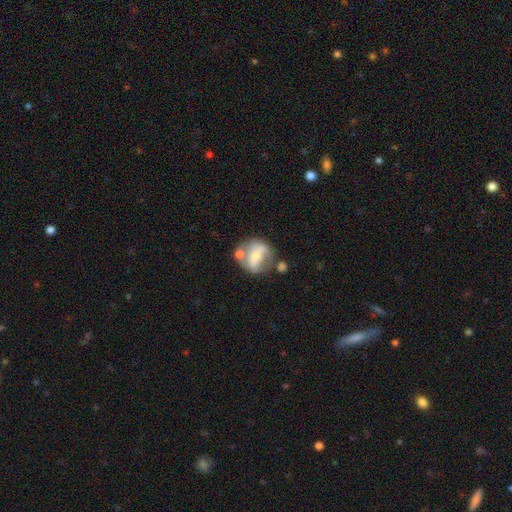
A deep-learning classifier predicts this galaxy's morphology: Smooth or featured?
  - featured or disk: 58% *
  - smooth: 35%
  - star or artifact: 7%
Edge-on disk?
  - no: 95% *
  - yes: 5%
Bar?
  - no: 39% *
  - strong: 31%
  - weak: 30%
Spiral arms?
  - yes: 51% *
  - no: 49%
Bulge size?
  - small: 46% *
  - moderate: 44%
  - large: 4%
  - none: 4%
  - dominant: 1%
Merging?
  - none: 44% *
  - merger: 25%
  - minor disturbance: 19%
  - major disturbance: 12%